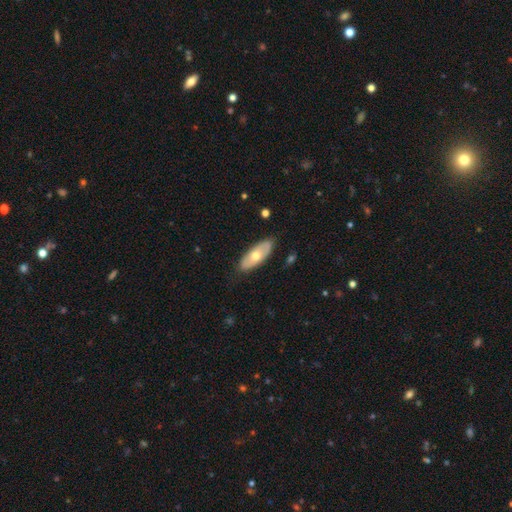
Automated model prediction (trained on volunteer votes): Overall: smooth (54%; featured or disk 41%). How rounded: in between (82%). Merging: none (83%).